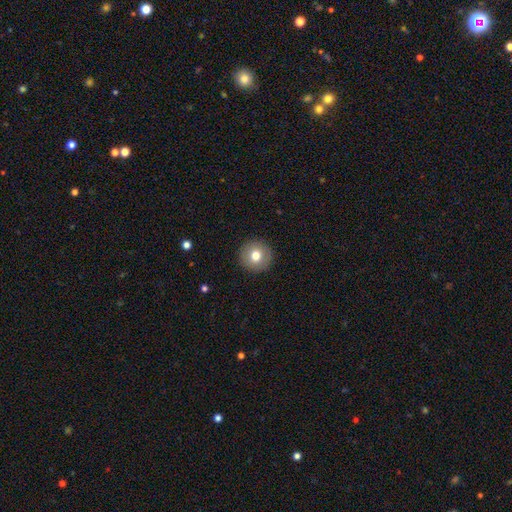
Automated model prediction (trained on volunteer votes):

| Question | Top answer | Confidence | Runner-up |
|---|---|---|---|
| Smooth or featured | smooth | 75% | featured or disk (16%) |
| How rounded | round | 96% | in between (3%) |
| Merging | none | 92% | minor disturbance (5%) |